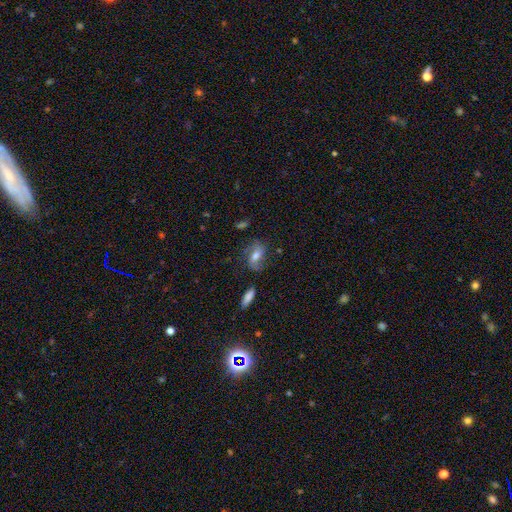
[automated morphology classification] Q: Smooth or featured?
A: smooth (52%); runner-up: featured or disk (39%)
Q: How rounded?
A: in between (78%); runner-up: round (14%)
Q: Merging?
A: none (66%); runner-up: minor disturbance (21%)